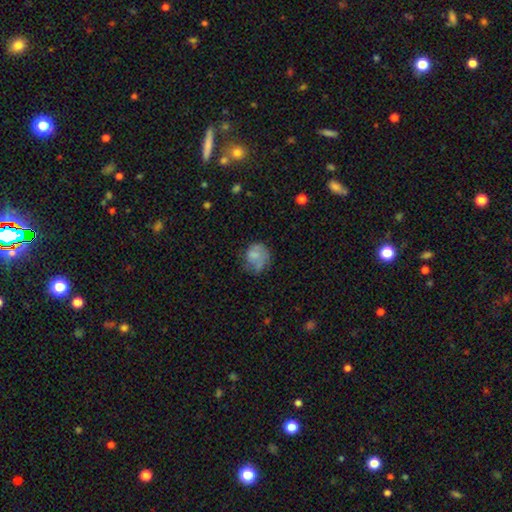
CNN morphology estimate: smooth_or_featured: smooth (p=0.66) [alt: featured or disk p=0.25]
how_rounded: round (p=0.70) [alt: in between p=0.29]
merging: none (p=0.45) [alt: minor disturbance p=0.30]